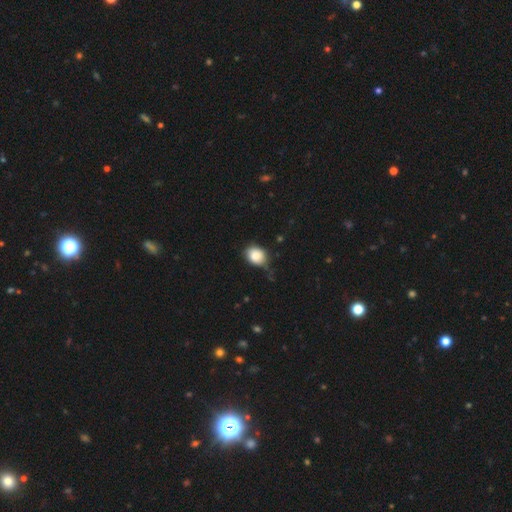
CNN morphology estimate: Overall: smooth (86%). How rounded: round (52%; in between 47%). Merging: none (49%; minor disturbance 37%).